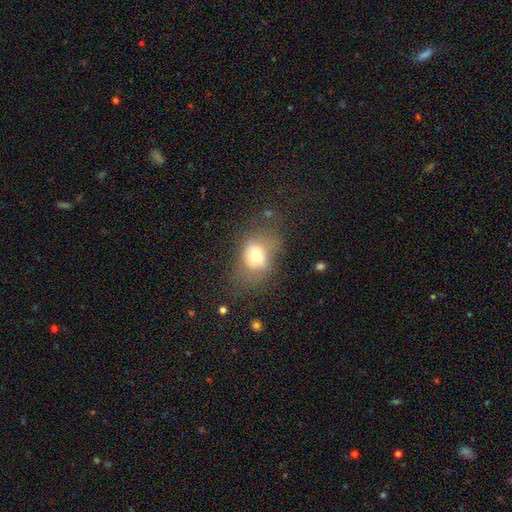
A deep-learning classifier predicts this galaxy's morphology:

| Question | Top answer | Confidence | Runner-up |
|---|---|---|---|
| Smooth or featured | smooth | 65% | featured or disk (23%) |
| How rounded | in between | 63% | round (35%) |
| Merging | none | 44% | major disturbance (27%) |